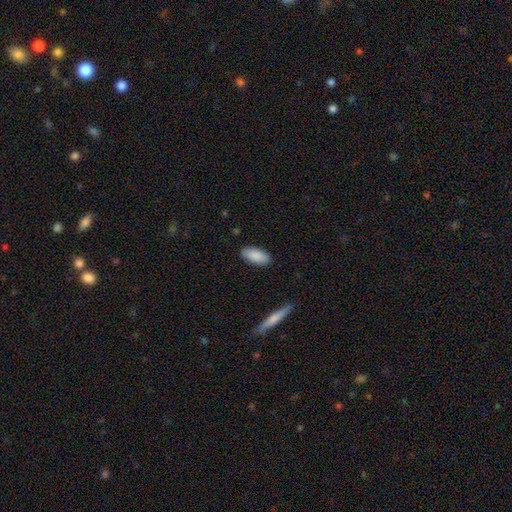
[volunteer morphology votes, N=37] A smooth galaxy with no disk features (97%) that is in between round and cigar-shaped (89%). Merging: none (92%).